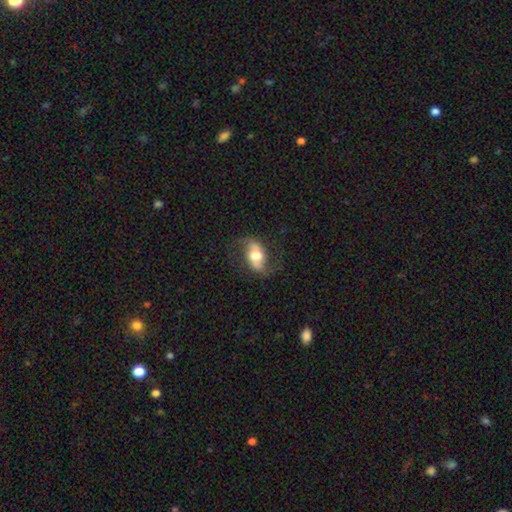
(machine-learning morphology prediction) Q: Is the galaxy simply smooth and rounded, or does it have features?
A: featured or disk — 66%.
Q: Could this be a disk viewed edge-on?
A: no — 93%.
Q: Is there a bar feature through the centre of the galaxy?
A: no — 38%.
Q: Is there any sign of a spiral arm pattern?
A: yes — 87%.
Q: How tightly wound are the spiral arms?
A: loose — 63%.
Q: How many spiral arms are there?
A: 2 — 91%.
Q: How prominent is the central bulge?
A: moderate — 54%.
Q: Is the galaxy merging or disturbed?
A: none — 71%.